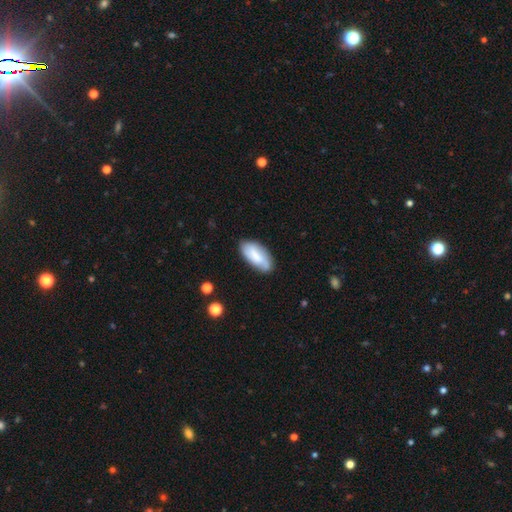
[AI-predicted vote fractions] This is likely a smooth galaxy (64%). How rounded: clearly in between (90%). Merging: likely none (74%).